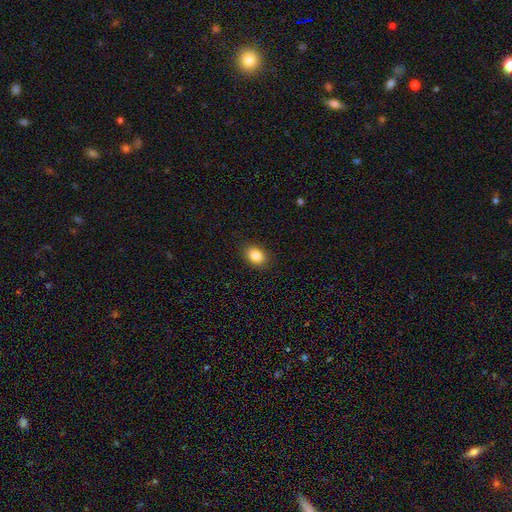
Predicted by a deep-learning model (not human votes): A smooth galaxy with no disk features (85%) that is in between round and cigar-shaped (74%).

Vote fractions:
- Smooth or featured? smooth: 85% / star or artifact: 9% / featured or disk: 6%
- How rounded? in between: 74% / round: 25% / cigar-shaped: 1%
- Merging? none: 88% / minor disturbance: 8% / major disturbance: 2% / merger: 1%